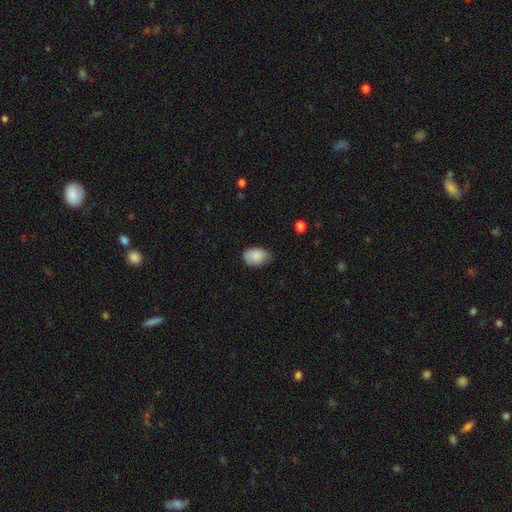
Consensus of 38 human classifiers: smooth-or-featured: smooth: 84% | featured or disk: 11% | star or artifact: 5%
  how-rounded: in between: 84% | round: 16% | cigar-shaped: 0%
  merging: none: 50% | minor disturbance: 39% | major disturbance: 11% | merger: 0%